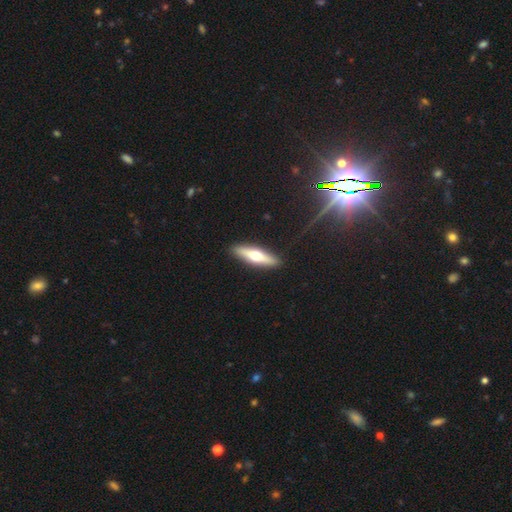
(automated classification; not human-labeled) Q: Smooth or featured?
A: smooth (49%); runner-up: featured or disk (46%)
Q: Merging?
A: none (91%); runner-up: minor disturbance (7%)